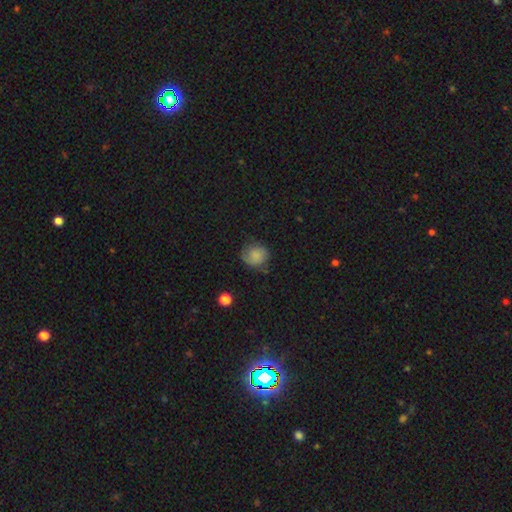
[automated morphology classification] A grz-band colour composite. It shows a smooth galaxy with no disk features (70%) that is round (78%). Merging: none (68%).